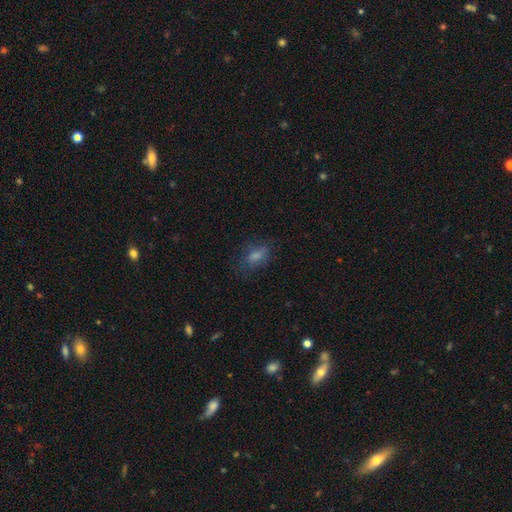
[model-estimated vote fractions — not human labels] smooth 61%, star or artifact 21%, featured or disk 18%. Down the decision tree: how rounded — in between (76%); merging — none (71%).